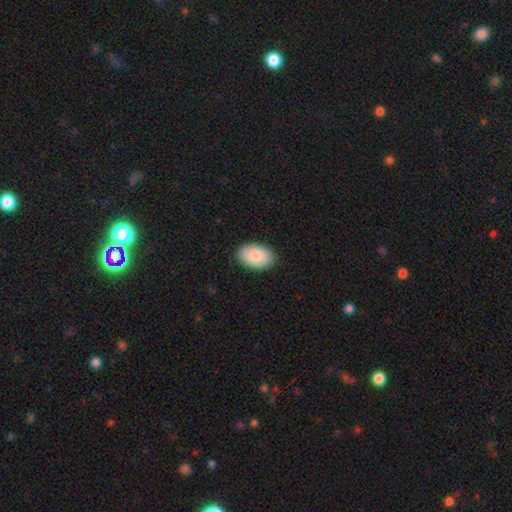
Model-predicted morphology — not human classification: This appears to be a smooth galaxy with no disk features (86%) that is in between round and cigar-shaped (92%). Merging: none (87%).